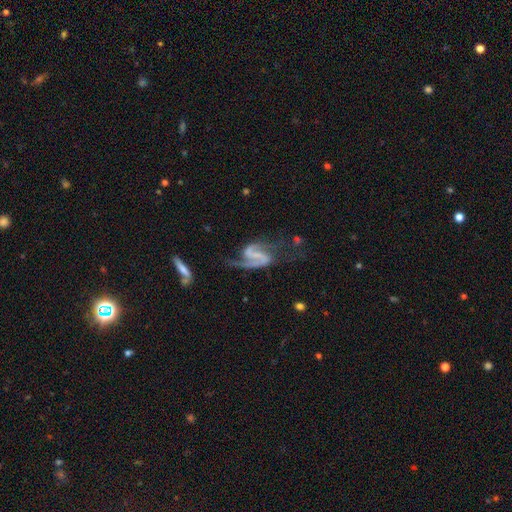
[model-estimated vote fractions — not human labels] The model was most divided on "bar": strong: 45%, weak: 37%, no: 18%. Remaining: edge-on disk — no (98%); spiral arms — yes (96%); spiral arm count — 2 (90%); smooth or featured — featured or disk (89%); bulge size — none (61%); merging — none (54%); spiral winding — loose (49%).